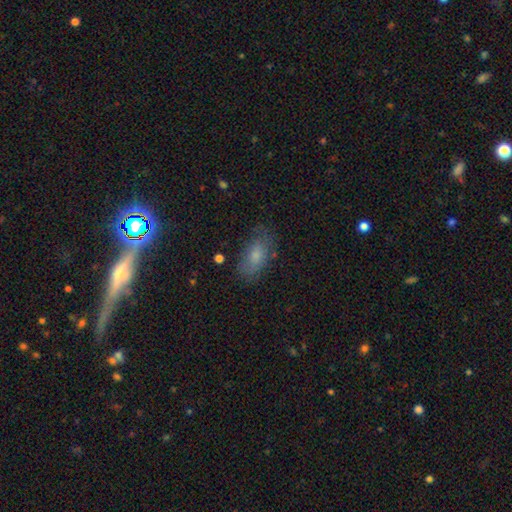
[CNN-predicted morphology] This appears to be a smooth galaxy with no disk features (72%) that is in between round and cigar-shaped (89%). Merging: none (72%).